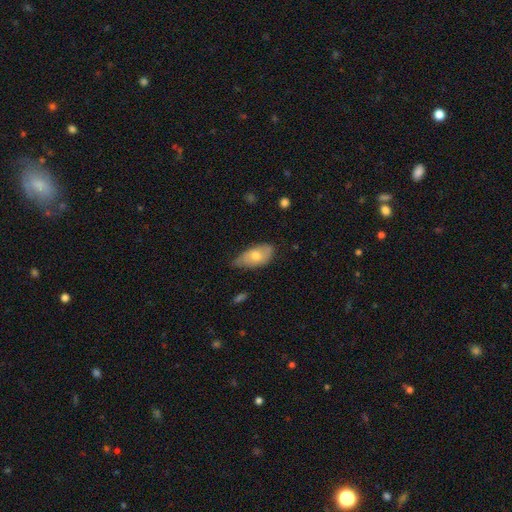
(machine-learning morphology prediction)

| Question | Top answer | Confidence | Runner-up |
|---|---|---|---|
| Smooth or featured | smooth | 63% | featured or disk (31%) |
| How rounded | in between | 92% | round (4%) |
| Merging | none | 55% | minor disturbance (37%) |